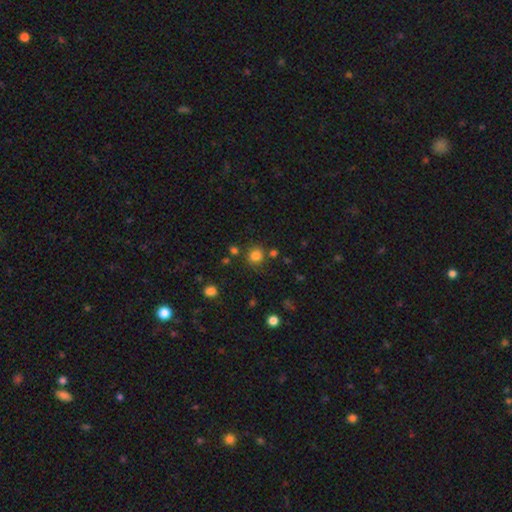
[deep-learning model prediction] smooth-or-featured: smooth: 81% | star or artifact: 14% | featured or disk: 6%
  how-rounded: round: 82% | in between: 17% | cigar-shaped: 1%
  merging: none: 77% | minor disturbance: 12% | merger: 7% | major disturbance: 4%